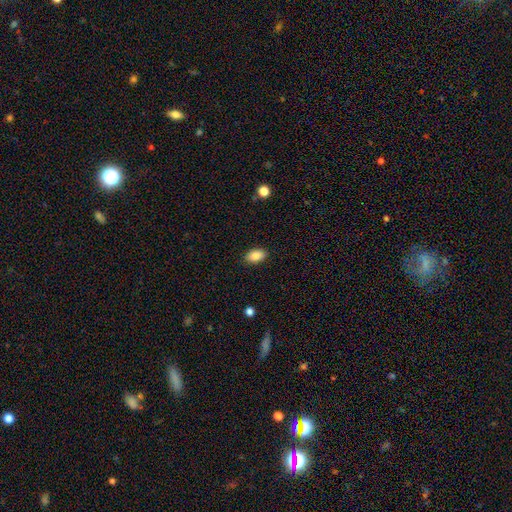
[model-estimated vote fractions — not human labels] Overall: smooth (88%). How rounded: in between (92%). Merging: none (88%).